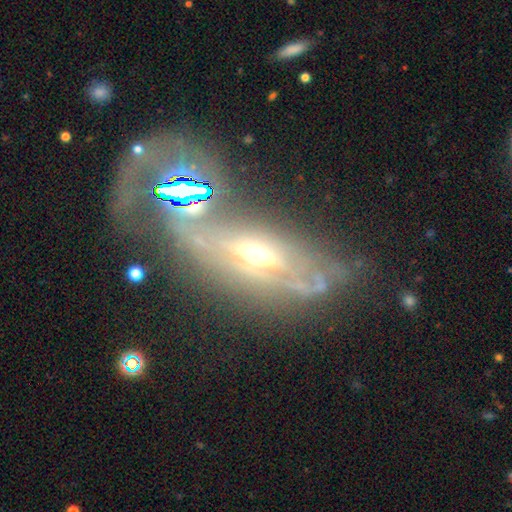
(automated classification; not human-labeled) This is likely a featured or disk galaxy (73%). It is likely not viewed edge-on (66%). Merging: marginally none (40%).